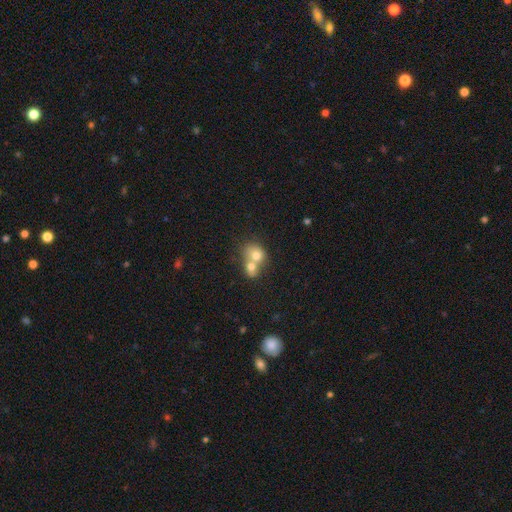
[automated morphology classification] A smooth galaxy with no disk features (70%) that is round (58%). Merging: merger (74%).